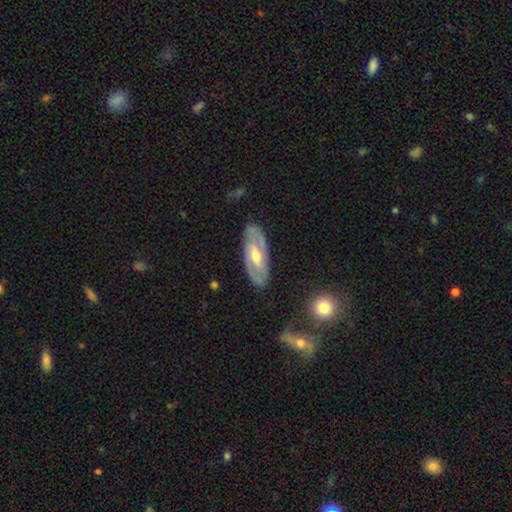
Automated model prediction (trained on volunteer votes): smooth_or_featured: featured or disk (p=0.67) [alt: smooth p=0.28]
disk_edge_on: no (p=0.85) [alt: yes p=0.15]
bar: weak (p=0.44) [alt: no p=0.35]
has_spiral_arms: yes (p=0.65) [alt: no p=0.35]
bulge_size: moderate (p=0.67) [alt: small p=0.25]
merging: none (p=0.83) [alt: minor disturbance p=0.12]